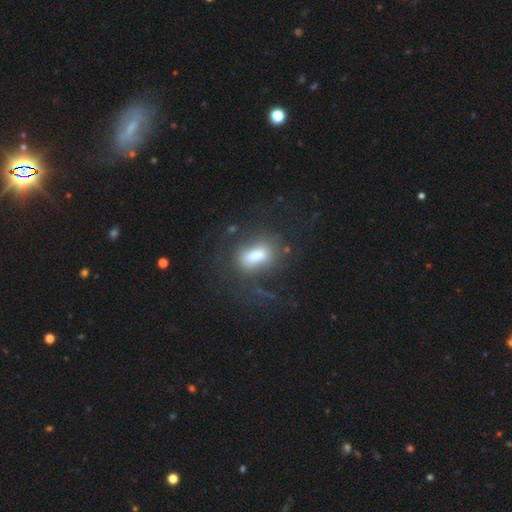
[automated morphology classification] A smooth galaxy with no disk features (65%) that is in between round and cigar-shaped (78%). Merging: none (53%).